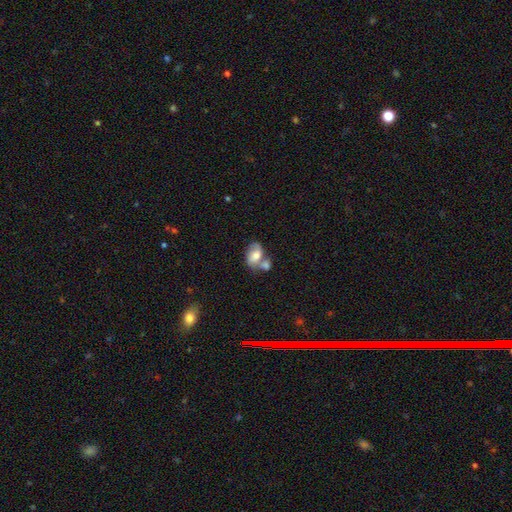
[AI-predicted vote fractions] This is possibly a smooth galaxy (55%). How rounded: clearly in between (82%). Merging: possibly merger (49%).